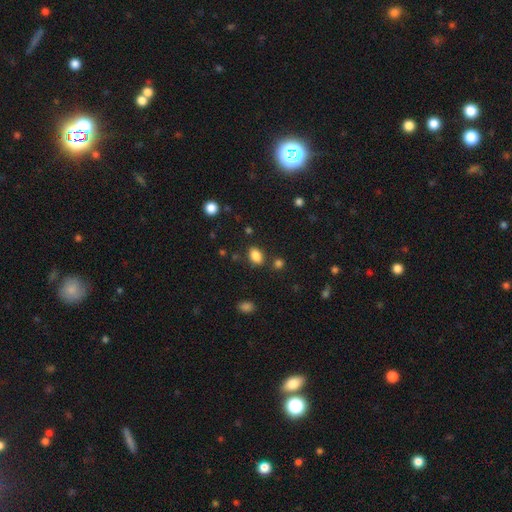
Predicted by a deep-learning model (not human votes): This is clearly a smooth galaxy (85%). How rounded: clearly in between (82%). Merging: likely none (80%).